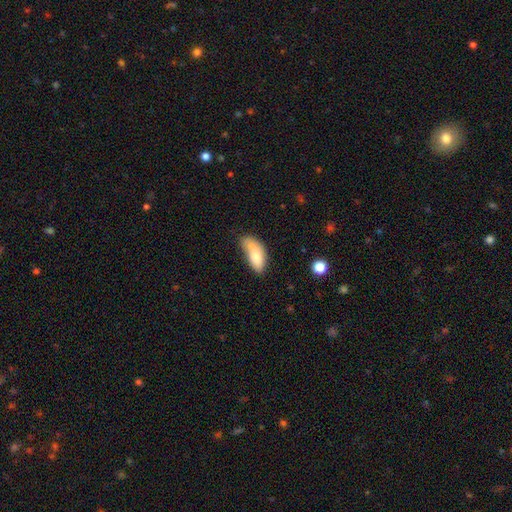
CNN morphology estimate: A smooth galaxy with no disk features (72%) that is in between round and cigar-shaped (83%).

Vote fractions:
- Smooth or featured? smooth: 72% / featured or disk: 20% / star or artifact: 7%
- How rounded? in between: 83% / cigar-shaped: 13% / round: 4%
- Merging? merger: 39% / none: 31% / minor disturbance: 21% / major disturbance: 10%